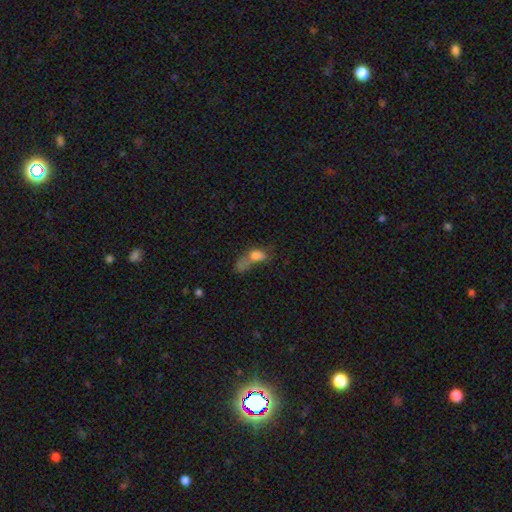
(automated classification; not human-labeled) Smooth or featured? smooth (65%)
How rounded? in between (73%)
Merging? major disturbance (38%)